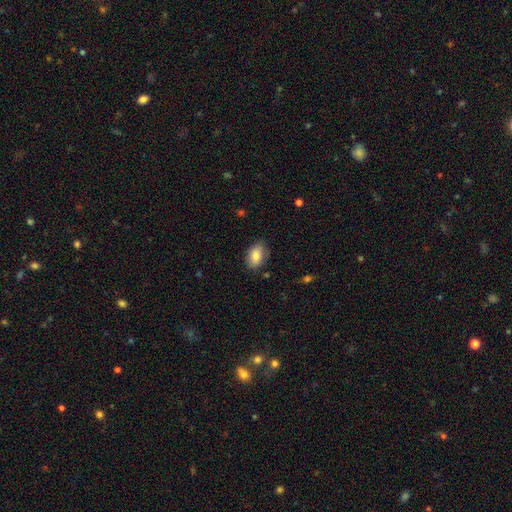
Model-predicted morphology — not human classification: The model was most divided on "merging": none: 79%, minor disturbance: 16%, major disturbance: 3%, merger: 1%. More confident: how rounded — in between (88%); smooth or featured — smooth (82%).